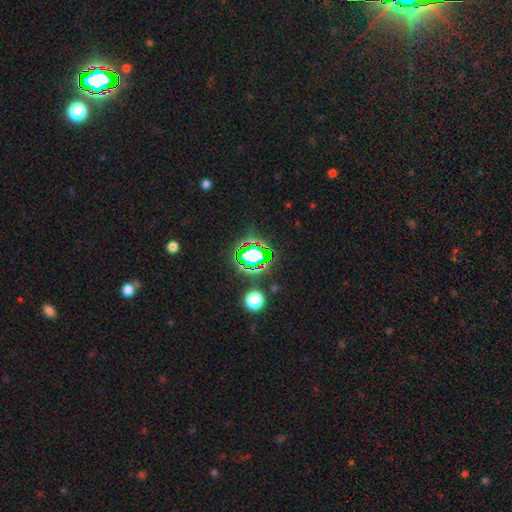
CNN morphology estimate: Smooth or featured?
  - star or artifact: 66% *
  - smooth: 21%
  - featured or disk: 13%